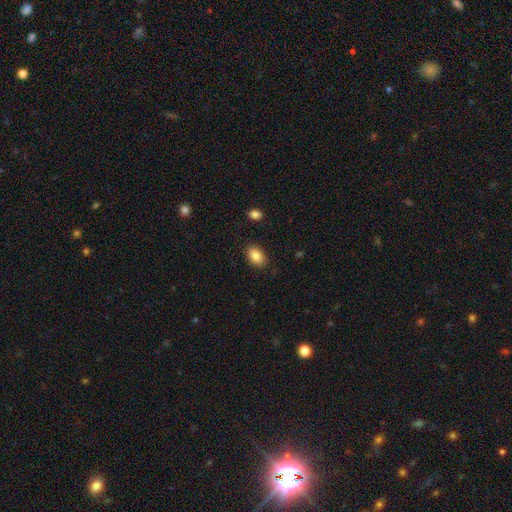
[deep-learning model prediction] Q: Smooth or featured?
A: smooth (86%); runner-up: star or artifact (8%)
Q: How rounded?
A: in between (86%); runner-up: round (12%)
Q: Merging?
A: none (87%); runner-up: minor disturbance (9%)